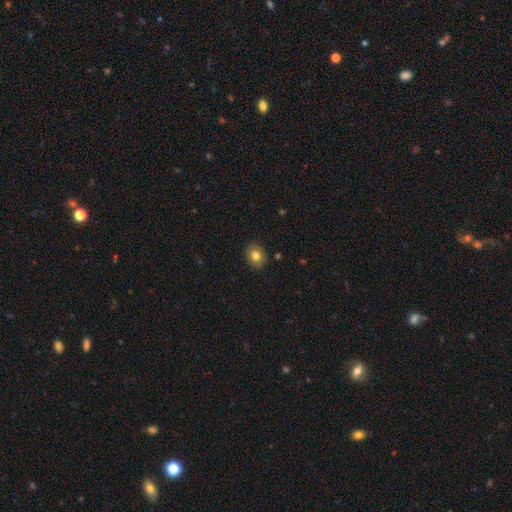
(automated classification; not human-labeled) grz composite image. It shows a smooth galaxy with no disk features (79%) that is round (50%). Merging: none (87%).